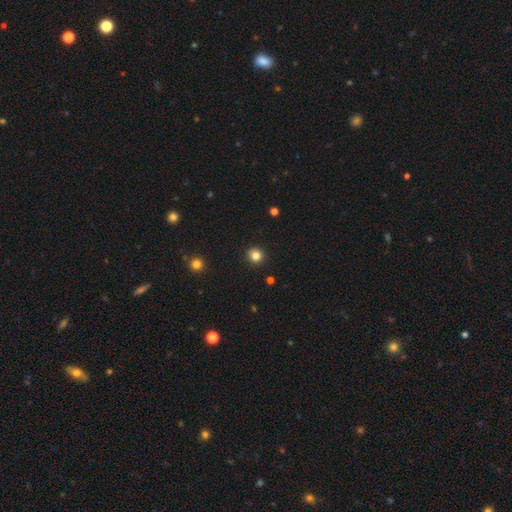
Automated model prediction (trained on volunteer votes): Smooth or featured: smooth — 82% (star or artifact — 12%)
How rounded: round — 94% (in between — 5%)
Merging: none — 93% (minor disturbance — 5%)